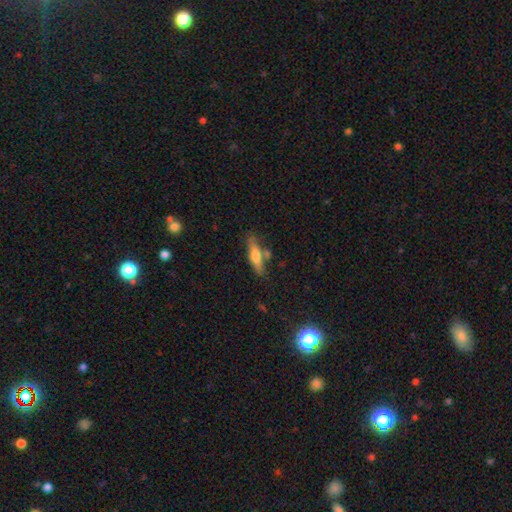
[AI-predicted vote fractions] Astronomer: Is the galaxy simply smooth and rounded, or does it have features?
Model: smooth — 56% (runner-up: featured or disk, 37%).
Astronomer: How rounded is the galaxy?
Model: cigar-shaped — 69%.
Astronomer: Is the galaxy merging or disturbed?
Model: none — 69%.